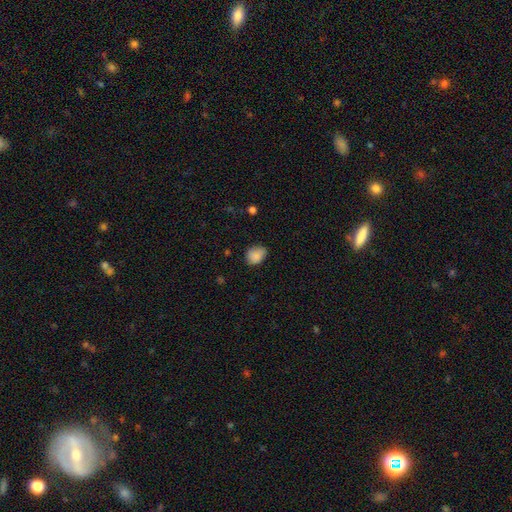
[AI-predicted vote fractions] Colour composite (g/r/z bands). It shows a smooth galaxy with no disk features (86%) that is in between round and cigar-shaped (57%). Merging: none (64%).